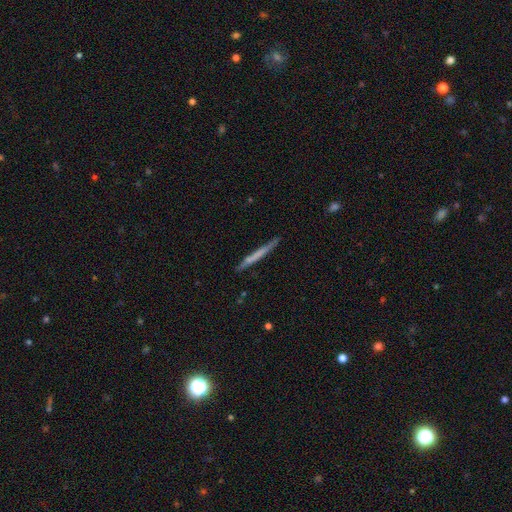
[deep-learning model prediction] Smooth or featured?
  - smooth: 52% *
  - featured or disk: 42%
  - star or artifact: 6%
How rounded?
  - cigar-shaped: 97% *
  - in between: 2%
  - round: 1%
Merging?
  - none: 86% *
  - minor disturbance: 11%
  - major disturbance: 2%
  - merger: 2%